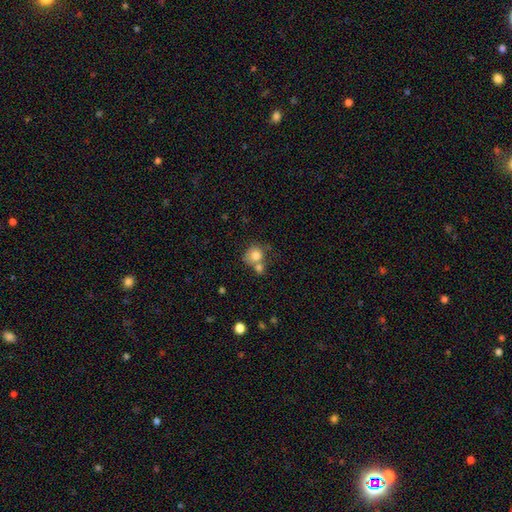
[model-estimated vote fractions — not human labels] smooth-or-featured: smooth: 78% | featured or disk: 12% | star or artifact: 10%
  how-rounded: round: 79% | in between: 20% | cigar-shaped: 1%
  merging: merger: 41% (tied) | none: 41% (tied) | minor disturbance: 12% | major disturbance: 5%